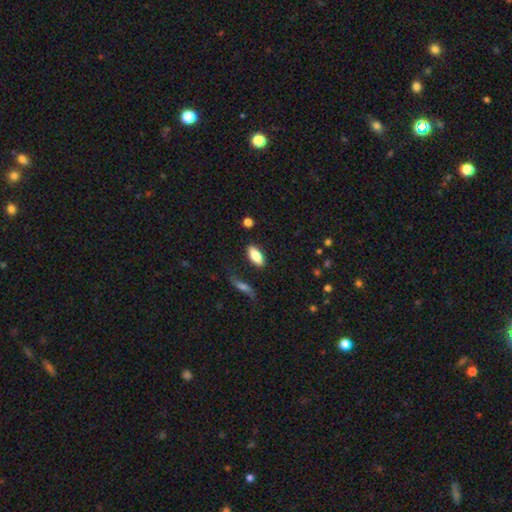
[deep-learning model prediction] Smooth or featured? smooth (77%)
How rounded? in between (80%)
Merging? none (81%)